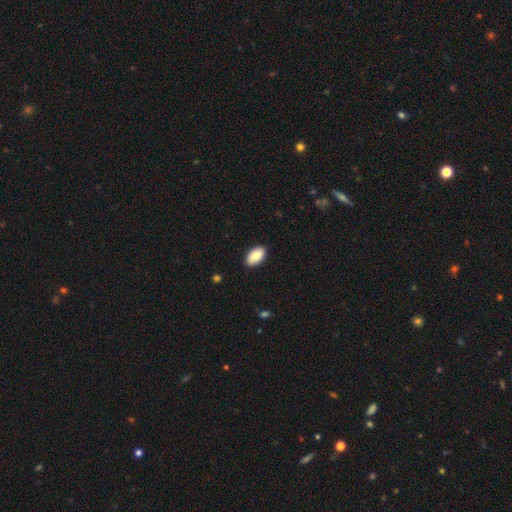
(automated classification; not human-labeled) Smooth or featured? Predicted: smooth (p=0.85). How rounded? Predicted: in between (p=0.94). Merging? Predicted: none (p=0.88).